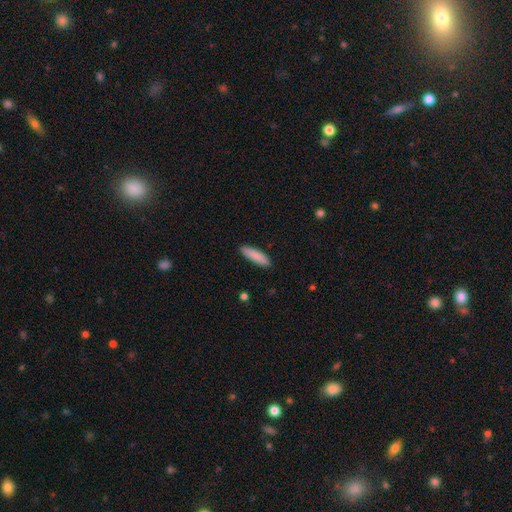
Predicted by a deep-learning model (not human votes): The model was most divided on "how rounded": cigar-shaped: 66%, in between: 33%, round: 1%. More confident: merging — none (89%); smooth or featured — smooth (88%).